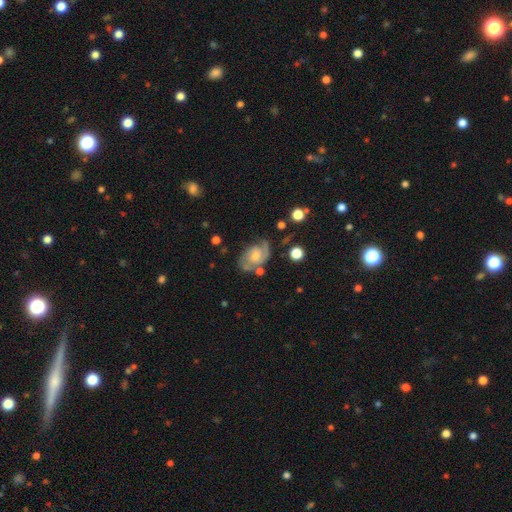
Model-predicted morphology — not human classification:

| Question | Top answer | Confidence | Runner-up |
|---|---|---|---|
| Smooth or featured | featured or disk | 74% | smooth (19%) |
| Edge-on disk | no | 97% | yes (3%) |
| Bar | no | 60% | weak (35%) |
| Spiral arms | yes | 92% | no (8%) |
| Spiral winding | medium | 47% | tight (33%) |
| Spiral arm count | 2 | 72% | can't tell (12%) |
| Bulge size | moderate | 41% | small (36%) |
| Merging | none | 56% | minor disturbance (24%) |